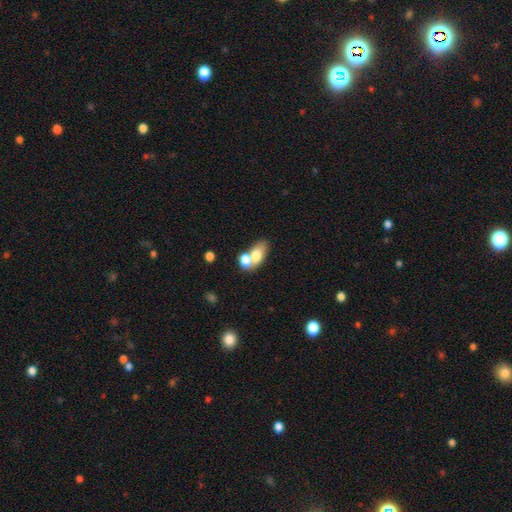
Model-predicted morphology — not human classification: Smooth or featured? smooth (70%)
How rounded? in between (83%)
Merging? merger (56%)